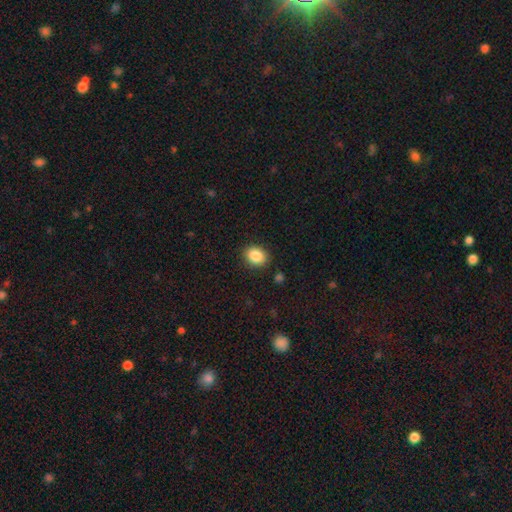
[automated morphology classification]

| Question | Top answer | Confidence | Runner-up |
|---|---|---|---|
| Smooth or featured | smooth | 87% | star or artifact (9%) |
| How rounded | round | 52% | in between (47%) |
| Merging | none | 88% | minor disturbance (8%) |